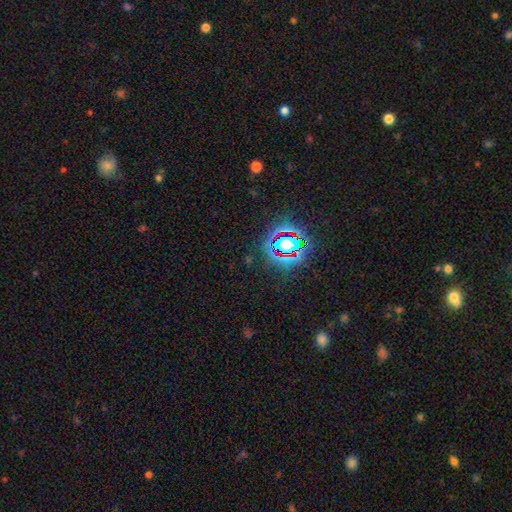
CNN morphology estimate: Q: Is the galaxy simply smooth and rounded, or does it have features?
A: star or artifact — 80%.